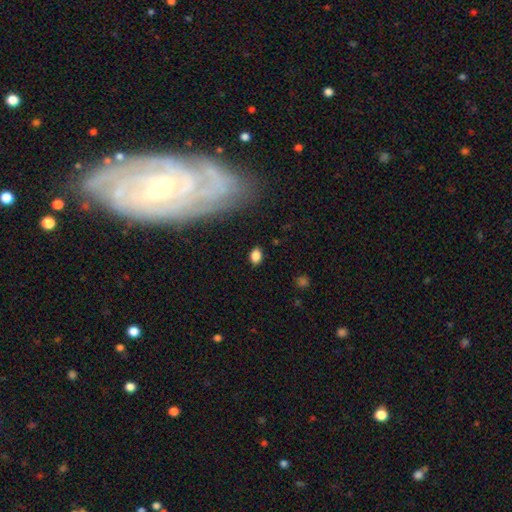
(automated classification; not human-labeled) Smooth or featured? Predicted: smooth (p=0.84). How rounded? Predicted: in between (p=0.78). Merging? Predicted: none (p=0.85).